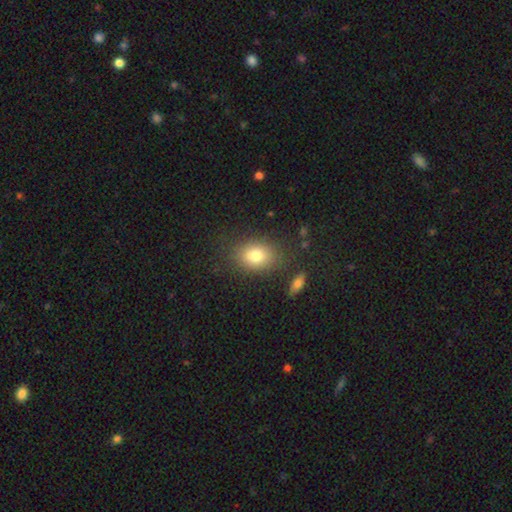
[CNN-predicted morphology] Overall: smooth (80%). How rounded: in between (74%). Merging: none (78%).